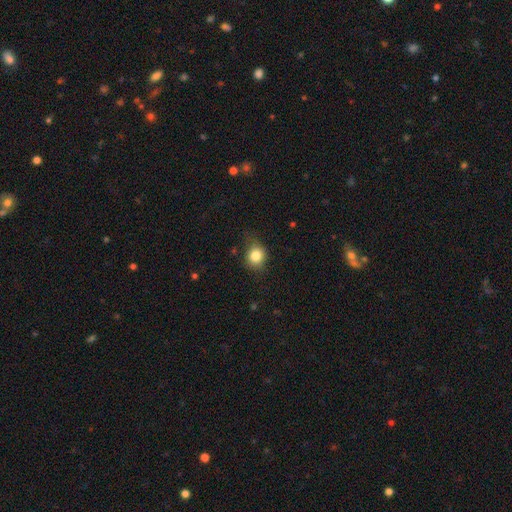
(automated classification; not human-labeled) The model was most divided on "merging": none: 65%, minor disturbance: 26%, major disturbance: 8%, merger: 2%. More confident: smooth or featured — smooth (82%); how rounded — round (73%).